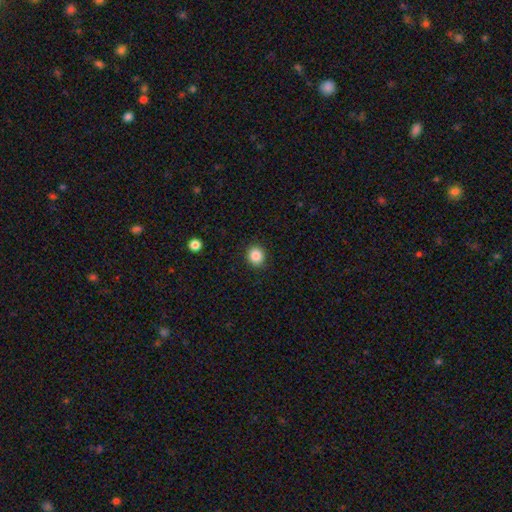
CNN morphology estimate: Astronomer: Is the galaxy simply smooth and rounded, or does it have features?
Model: smooth — 87%.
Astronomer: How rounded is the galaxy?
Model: round — 85%.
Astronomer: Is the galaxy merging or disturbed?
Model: none — 91%.